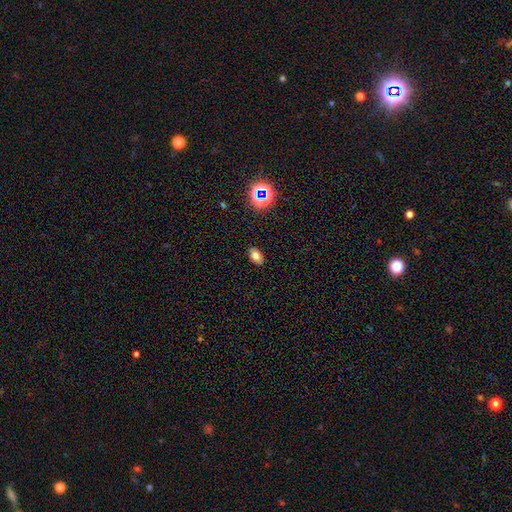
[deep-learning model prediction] smooth 75%, star or artifact 15%, featured or disk 10%. Down the decision tree: how rounded — in between (88%); merging — none (88%).